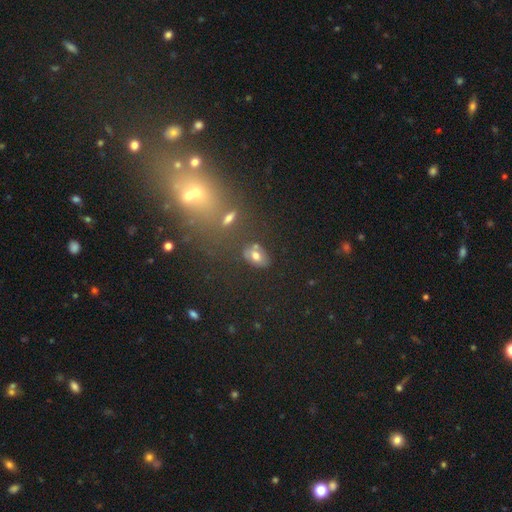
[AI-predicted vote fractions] This is likely a smooth galaxy (67%). How rounded: clearly in between (82%). Merging: likely none (68%).